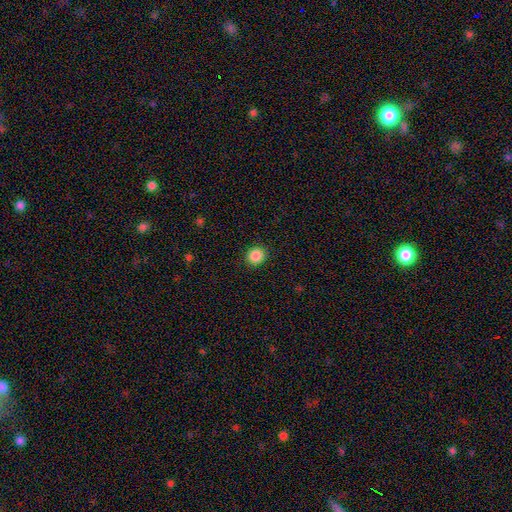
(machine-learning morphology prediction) smooth_or_featured: smooth (p=0.88) [alt: star or artifact p=0.09]
how_rounded: round (p=0.82) [alt: in between p=0.18]
merging: none (p=0.91) [alt: minor disturbance p=0.06]